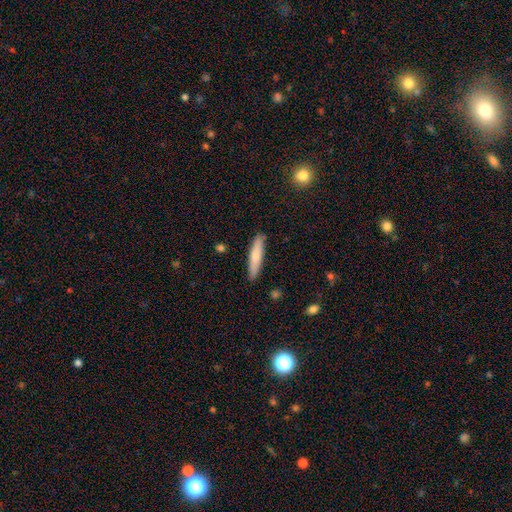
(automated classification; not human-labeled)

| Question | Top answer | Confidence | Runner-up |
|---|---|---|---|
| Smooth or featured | smooth | 71% | featured or disk (23%) |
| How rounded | cigar-shaped | 88% | in between (11%) |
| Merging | none | 88% | minor disturbance (9%) |